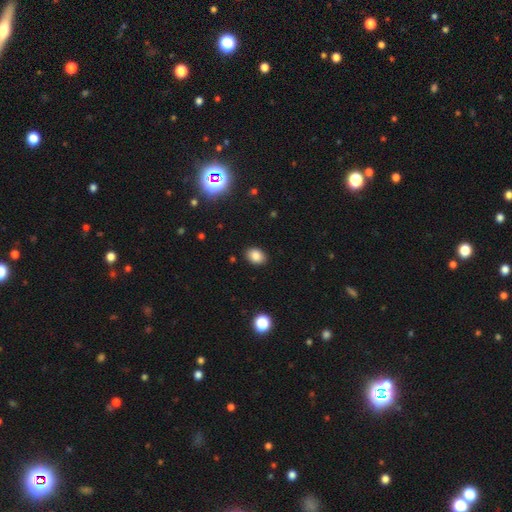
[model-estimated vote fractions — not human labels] Overall: smooth (84%). How rounded: in between (73%). Merging: none (89%).